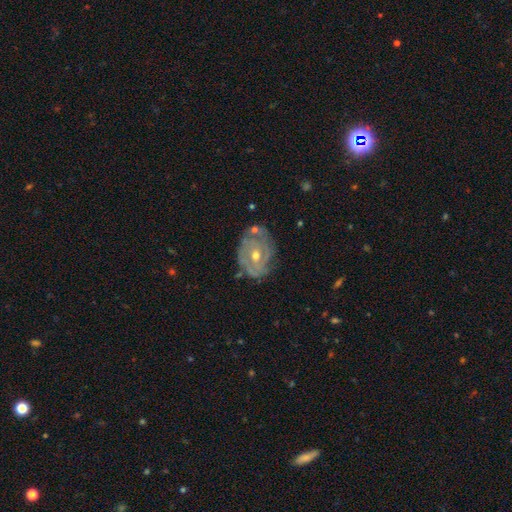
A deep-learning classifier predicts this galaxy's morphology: Smooth or featured? Predicted: featured or disk (p=0.78). Edge-on disk? Predicted: no (p=0.96). Bar? Predicted: no (p=0.68). Spiral arms? Predicted: yes (p=0.79). Spiral winding? Predicted: tight (p=0.69). Spiral arm count? Predicted: can't tell (p=0.44). Bulge size? Predicted: moderate (p=0.63). Merging? Predicted: none (p=0.65).